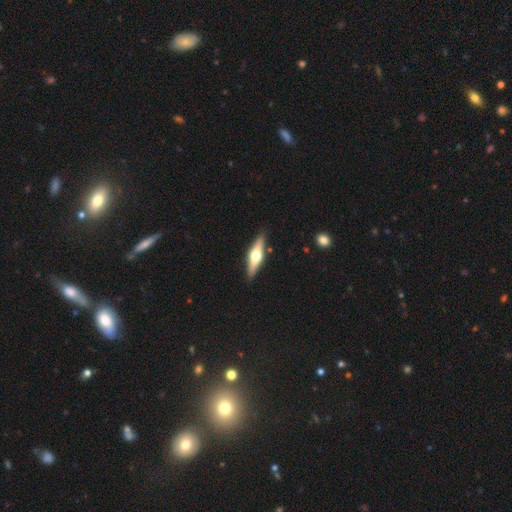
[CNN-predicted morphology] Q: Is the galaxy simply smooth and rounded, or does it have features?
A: featured or disk — 63%.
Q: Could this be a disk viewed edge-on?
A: yes — 95%.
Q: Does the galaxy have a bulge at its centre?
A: rounded — 95%.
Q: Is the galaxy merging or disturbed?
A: none — 89%.